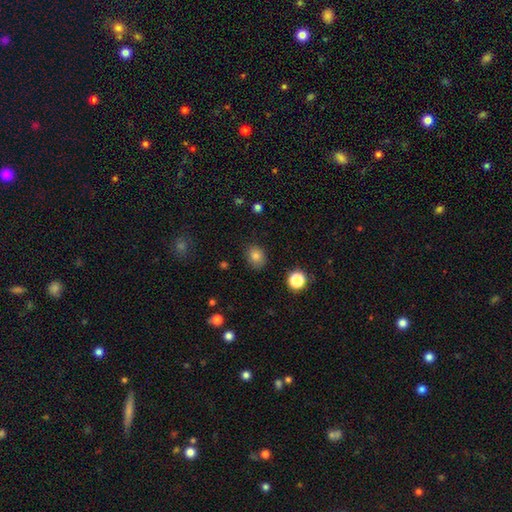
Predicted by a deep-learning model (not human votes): smooth-or-featured: smooth: 81% | star or artifact: 12% | featured or disk: 7%
  how-rounded: round: 54% | in between: 45% | cigar-shaped: 1%
  merging: none: 83% | minor disturbance: 12% | major disturbance: 3% | merger: 2%